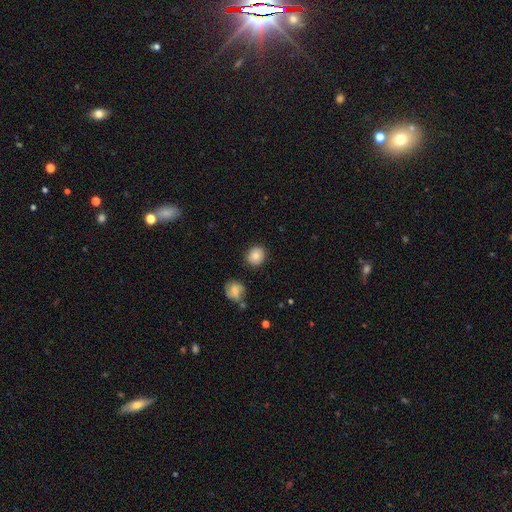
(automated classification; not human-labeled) Smooth or featured?
  - smooth: 82% *
  - featured or disk: 9%
  - star or artifact: 9%
How rounded?
  - round: 82% *
  - in between: 17%
  - cigar-shaped: 1%
Merging?
  - none: 86% *
  - minor disturbance: 9%
  - merger: 3%
  - major disturbance: 2%